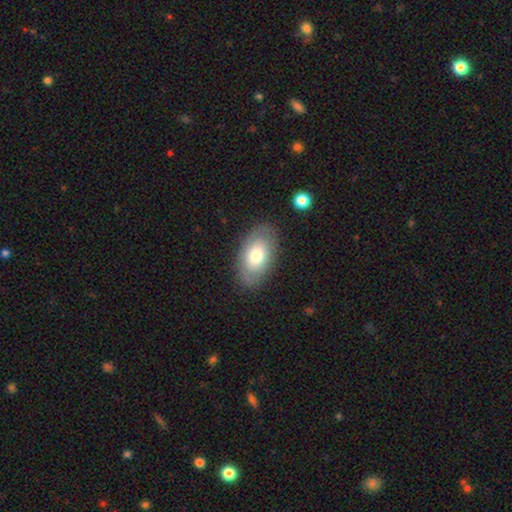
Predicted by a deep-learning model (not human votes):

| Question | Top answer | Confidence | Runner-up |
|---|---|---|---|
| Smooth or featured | smooth | 70% | featured or disk (23%) |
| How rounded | in between | 92% | round (6%) |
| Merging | none | 84% | minor disturbance (11%) |